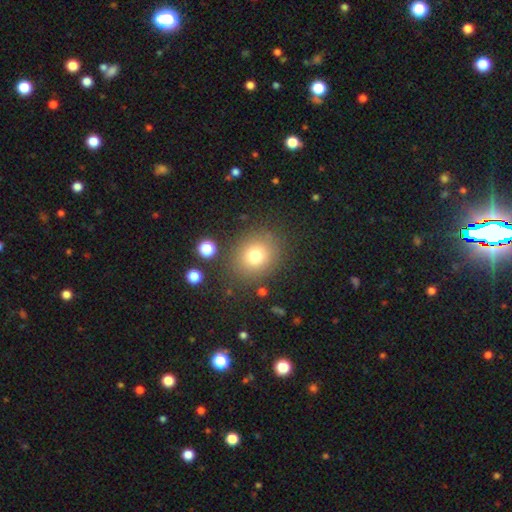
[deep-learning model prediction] This appears to be a smooth galaxy with no disk features (74%) that is round (77%). Merging: none (83%).